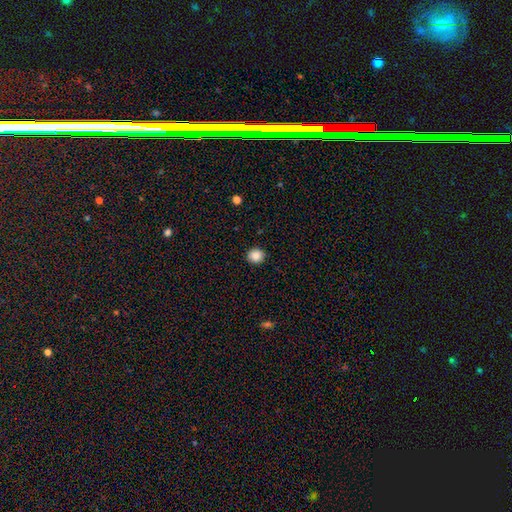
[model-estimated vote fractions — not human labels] Smooth or featured?
  - smooth: 87% *
  - star or artifact: 10%
  - featured or disk: 3%
How rounded?
  - round: 89% *
  - in between: 10%
  - cigar-shaped: 1%
Merging?
  - none: 91% *
  - minor disturbance: 6%
  - major disturbance: 2%
  - merger: 1%